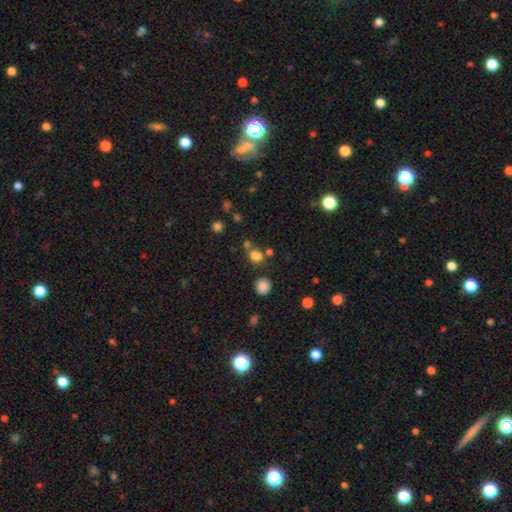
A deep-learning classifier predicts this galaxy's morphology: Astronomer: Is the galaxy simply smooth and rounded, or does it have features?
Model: smooth — 77%.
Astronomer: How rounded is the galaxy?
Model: round — 64%.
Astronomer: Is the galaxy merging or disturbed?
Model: none — 62%.